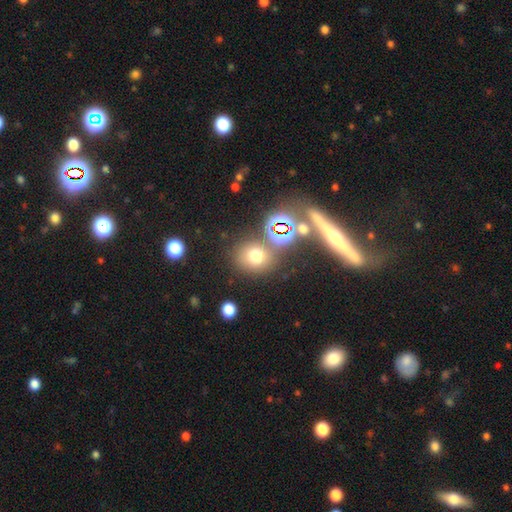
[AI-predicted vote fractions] smooth-or-featured: smooth: 65% | star or artifact: 24% | featured or disk: 11%
  how-rounded: round: 75% | in between: 24% | cigar-shaped: 2%
  merging: none: 72% | merger: 12% | minor disturbance: 11% | major disturbance: 6%